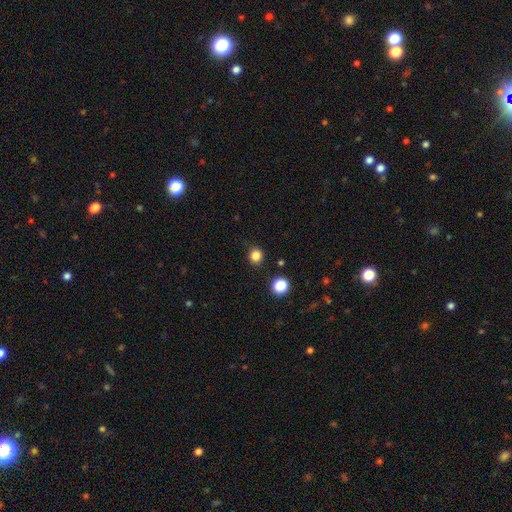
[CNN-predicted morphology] This appears to be a smooth galaxy with no disk features (83%) that is round (87%). Merging: none (88%).